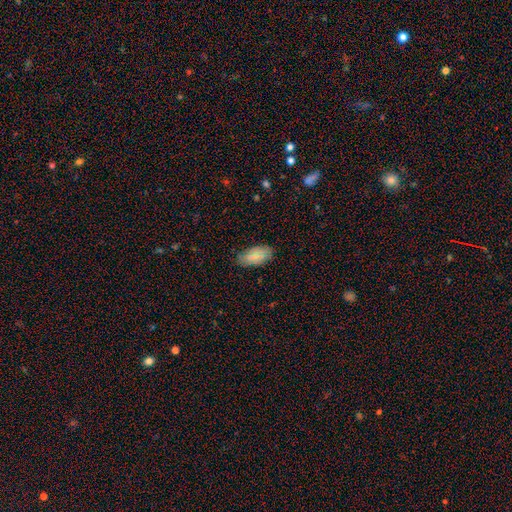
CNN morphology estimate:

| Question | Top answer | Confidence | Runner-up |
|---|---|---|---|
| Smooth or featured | smooth | 75% | featured or disk (17%) |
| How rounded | in between | 93% | cigar-shaped (5%) |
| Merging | none | 80% | minor disturbance (16%) |